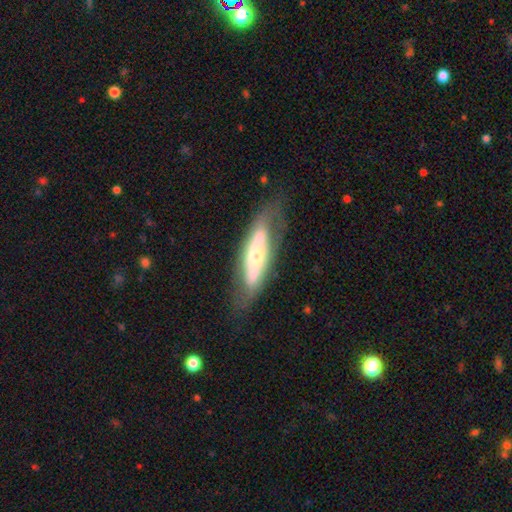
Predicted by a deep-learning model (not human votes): smooth_or_featured: featured or disk (p=0.59) [alt: smooth p=0.34]
disk_edge_on: no (p=0.68) [alt: yes p=0.32]
merging: none (p=0.68) [alt: minor disturbance p=0.20]